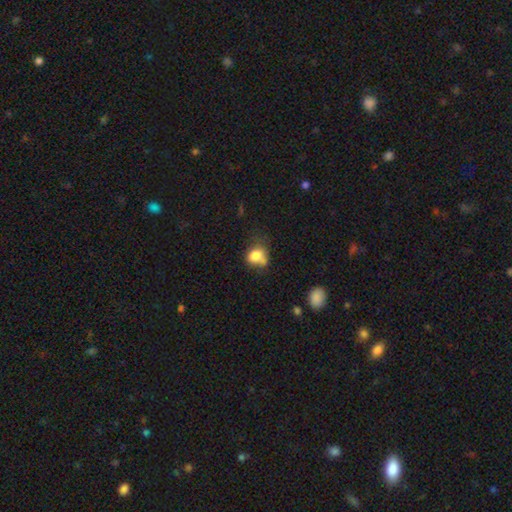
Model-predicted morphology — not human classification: A smooth galaxy with no disk features (78%) that is round (51%). Merging: none (40%).